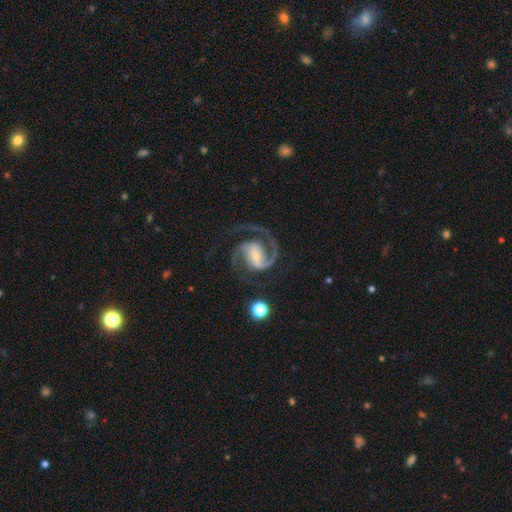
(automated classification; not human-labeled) A featured or disk galaxy (93%) with a strong bar (43%), 2 (87%) medium (63%) spiral arms (98%) and a small central bulge (58%). Merging: none (71%).